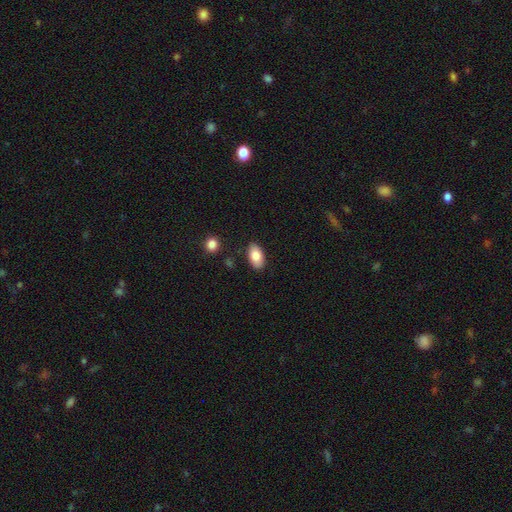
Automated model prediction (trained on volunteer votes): Q: Smooth or featured?
A: smooth (84%); runner-up: featured or disk (9%)
Q: How rounded?
A: in between (94%); runner-up: round (4%)
Q: Merging?
A: none (86%); runner-up: minor disturbance (9%)